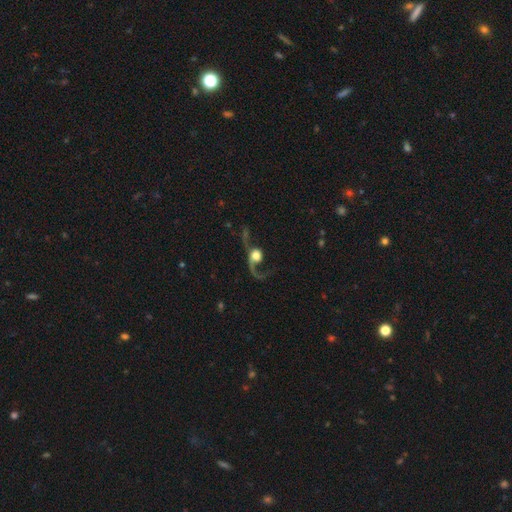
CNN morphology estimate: type=featured or disk (61%); edge-on=no (92%); bar=no (79%); spiral arms=yes (73%); bulge=large (41%); merging=major disturbance (54%).